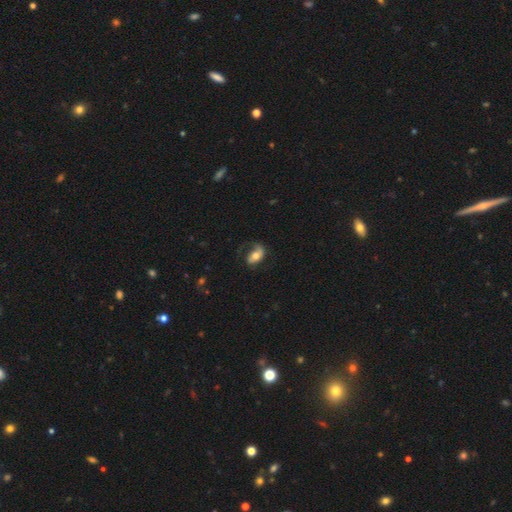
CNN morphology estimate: The model was most divided on "smooth or featured": smooth: 48%, featured or disk: 45%, star or artifact: 8%. Remaining: merging — none (47%).